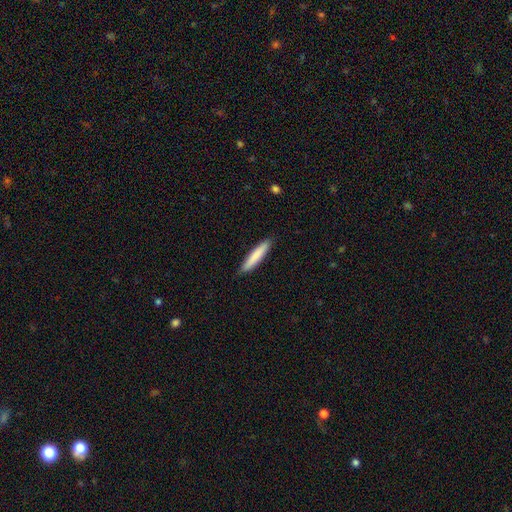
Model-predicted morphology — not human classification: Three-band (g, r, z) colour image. It shows a smooth galaxy with no disk features (81%) that is cigar-shaped (90%). Merging: none (89%).